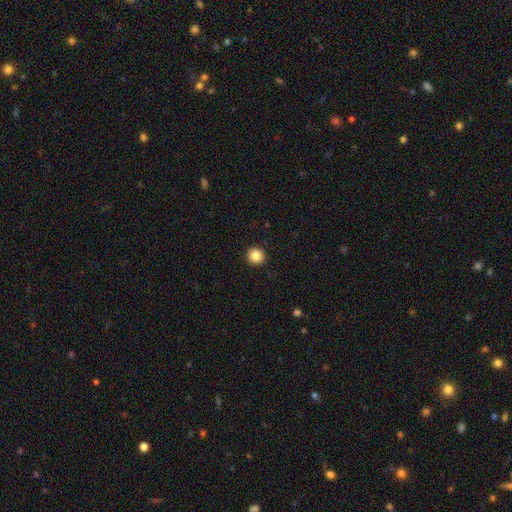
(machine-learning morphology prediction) Smooth or featured?
  - smooth: 86% *
  - star or artifact: 10%
  - featured or disk: 4%
How rounded?
  - round: 95% *
  - in between: 4%
  - cigar-shaped: 1%
Merging?
  - none: 93% *
  - minor disturbance: 4%
  - major disturbance: 2%
  - merger: 1%